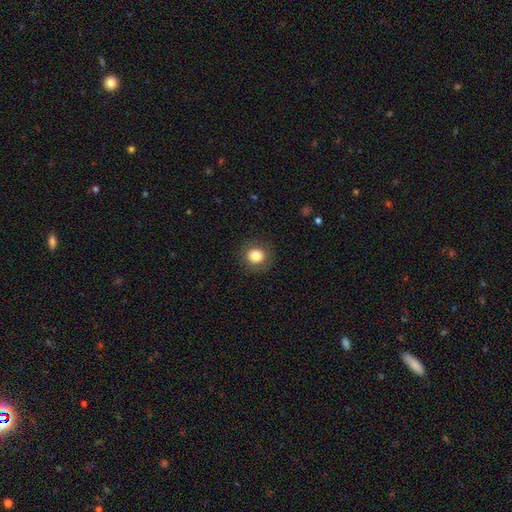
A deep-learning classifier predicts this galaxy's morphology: The model was most divided on "smooth or featured": smooth: 81%, star or artifact: 10%, featured or disk: 9%. More confident: how rounded — round (89%); merging — none (88%).